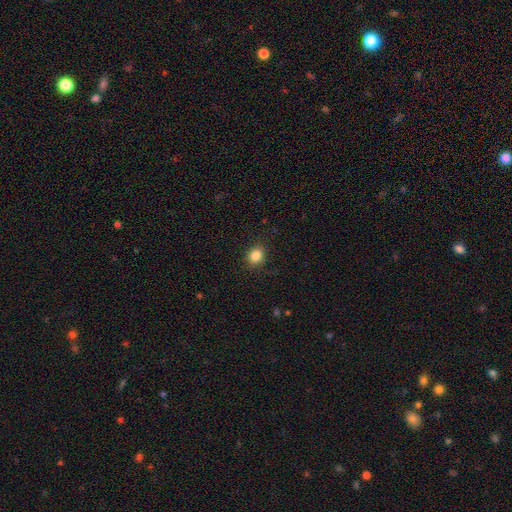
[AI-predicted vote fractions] smooth_or_featured: smooth (p=0.84) [alt: star or artifact p=0.11]
how_rounded: round (p=0.60) [alt: in between p=0.39]
merging: none (p=0.88) [alt: minor disturbance p=0.09]